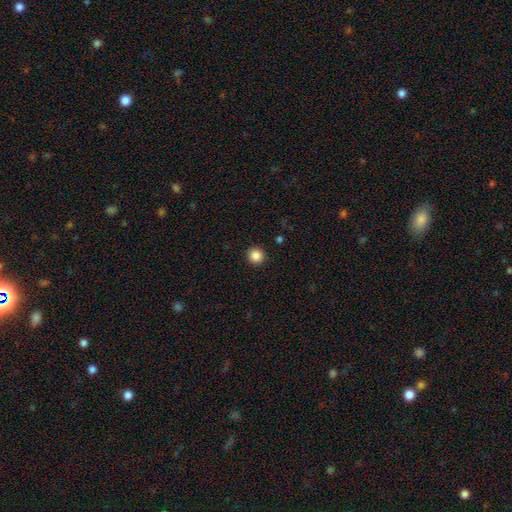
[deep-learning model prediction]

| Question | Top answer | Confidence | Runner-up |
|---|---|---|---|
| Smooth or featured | smooth | 87% | star or artifact (10%) |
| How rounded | round | 95% | in between (4%) |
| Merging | none | 93% | minor disturbance (4%) |